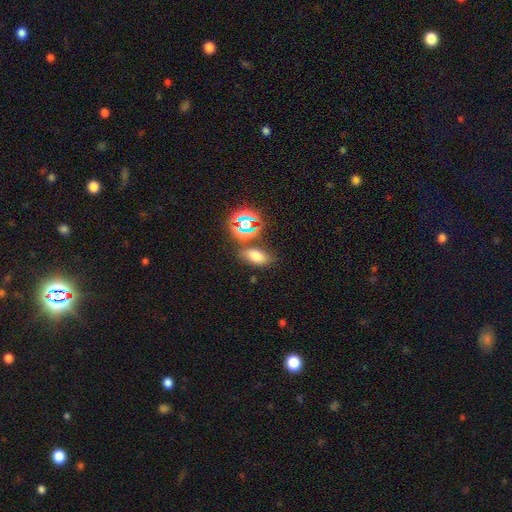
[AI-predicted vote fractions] Smooth or featured?
  - smooth: 66% *
  - star or artifact: 23%
  - featured or disk: 11%
How rounded?
  - in between: 83% *
  - round: 11%
  - cigar-shaped: 6%
Merging?
  - none: 75% *
  - minor disturbance: 12%
  - merger: 8%
  - major disturbance: 4%